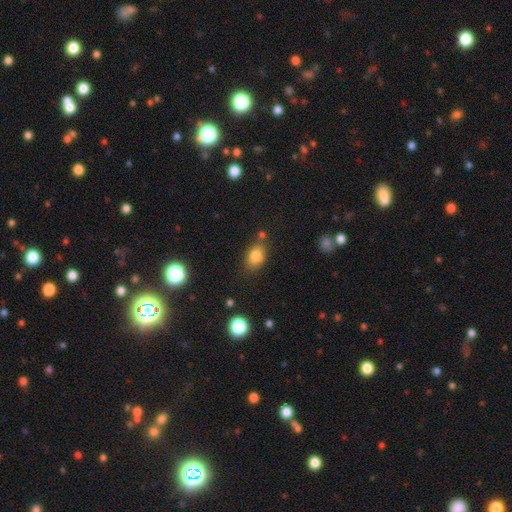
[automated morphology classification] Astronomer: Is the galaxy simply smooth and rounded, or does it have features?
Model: smooth — 80%.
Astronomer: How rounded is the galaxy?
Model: in between — 73%.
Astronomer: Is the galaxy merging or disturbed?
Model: none — 69%.